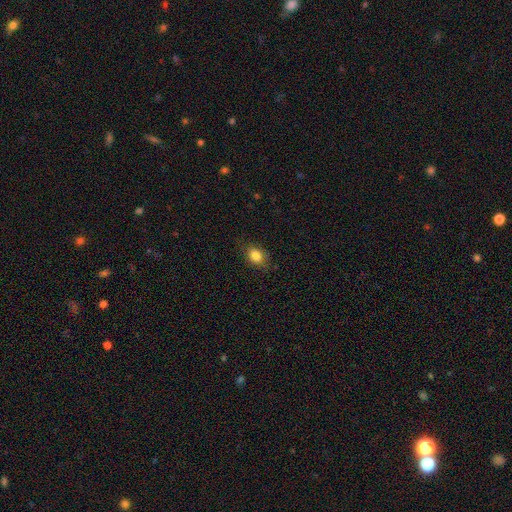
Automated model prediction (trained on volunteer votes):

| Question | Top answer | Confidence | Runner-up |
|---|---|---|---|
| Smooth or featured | smooth | 84% | star or artifact (9%) |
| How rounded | in between | 65% | round (33%) |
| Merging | none | 80% | minor disturbance (16%) |